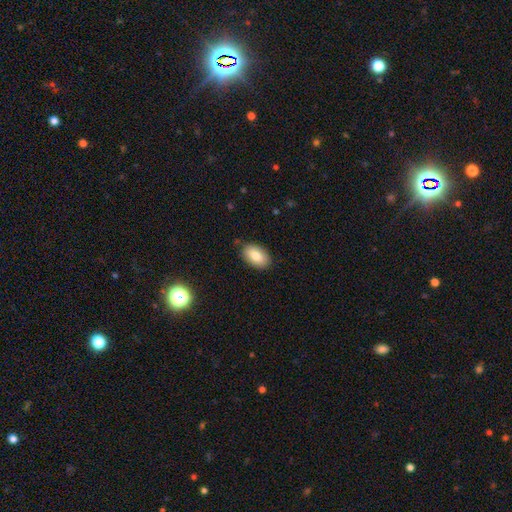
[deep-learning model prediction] Smooth or featured? Predicted: smooth (p=0.81). How rounded? Predicted: in between (p=0.91). Merging? Predicted: none (p=0.85).